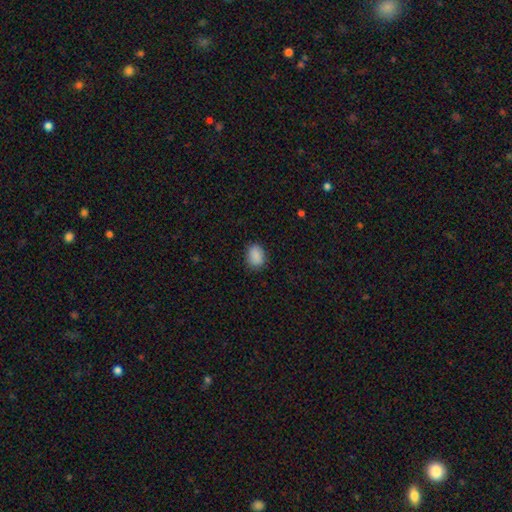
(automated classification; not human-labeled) smooth-or-featured: smooth: 89% | star or artifact: 8% | featured or disk: 3%
  how-rounded: in between: 67% | round: 32% | cigar-shaped: 1%
  merging: none: 85% | minor disturbance: 11% | major disturbance: 3% | merger: 1%